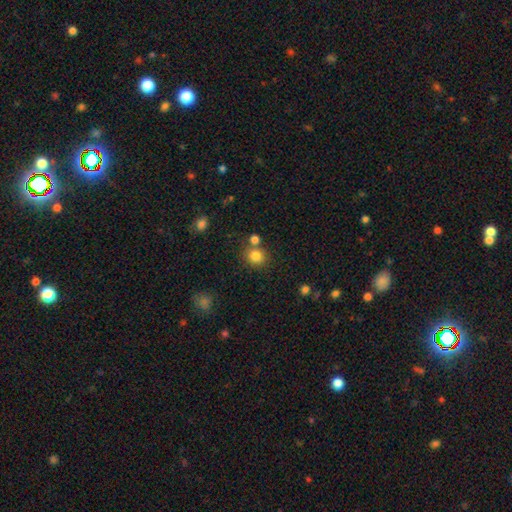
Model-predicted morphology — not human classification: smooth_or_featured: smooth (p=0.83) [alt: star or artifact p=0.12]
how_rounded: round (p=0.84) [alt: in between p=0.15]
merging: none (p=0.71) [alt: merger p=0.16]